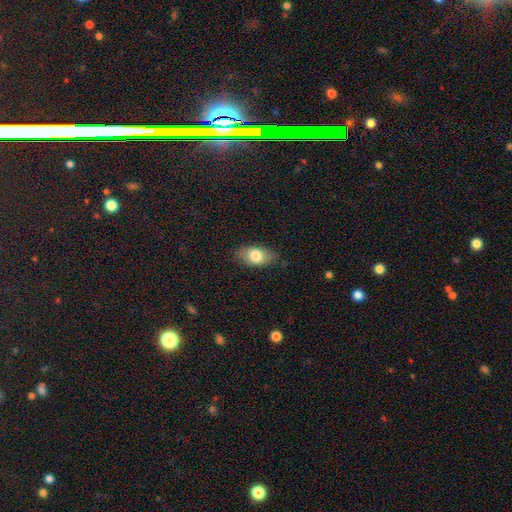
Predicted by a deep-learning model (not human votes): Q: Smooth or featured?
A: smooth (77%); runner-up: featured or disk (16%)
Q: How rounded?
A: in between (90%); runner-up: round (6%)
Q: Merging?
A: none (82%); runner-up: minor disturbance (14%)